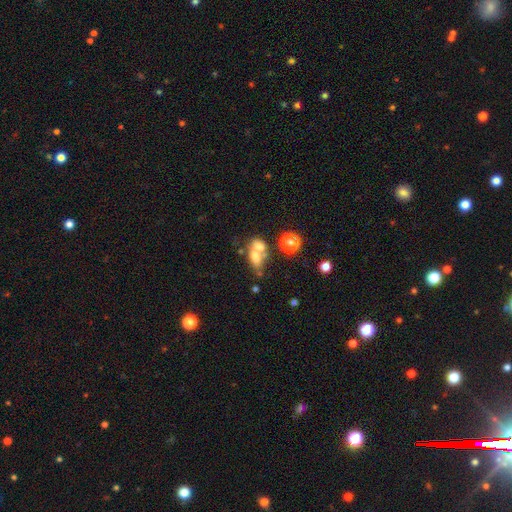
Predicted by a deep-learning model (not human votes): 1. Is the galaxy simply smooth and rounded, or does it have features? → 65% smooth, 22% featured or disk, 13% star or artifact.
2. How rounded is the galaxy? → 72% in between, 22% round, 6% cigar-shaped.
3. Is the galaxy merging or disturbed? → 55% merger, 28% none, 10% minor disturbance, 8% major disturbance.